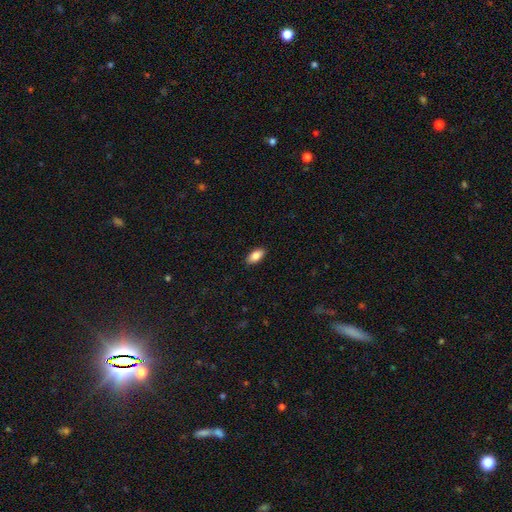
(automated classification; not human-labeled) The model was most divided on "smooth or featured": smooth: 85%, featured or disk: 9%, star or artifact: 7%. More confident: how rounded — in between (90%); merging — none (89%).